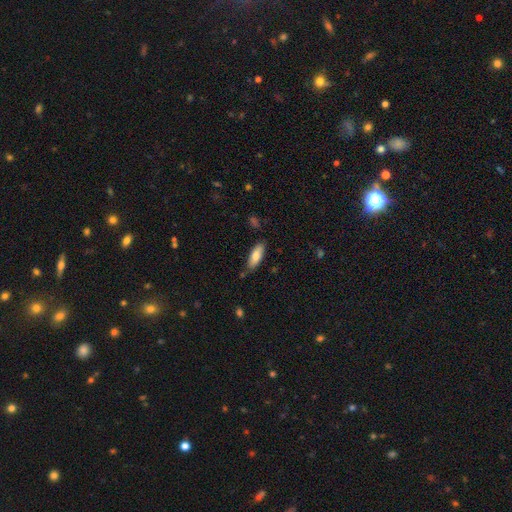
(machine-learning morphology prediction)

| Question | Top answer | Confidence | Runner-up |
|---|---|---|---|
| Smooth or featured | smooth | 77% | featured or disk (17%) |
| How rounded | in between | 65% | cigar-shaped (34%) |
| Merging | none | 80% | minor disturbance (15%) |